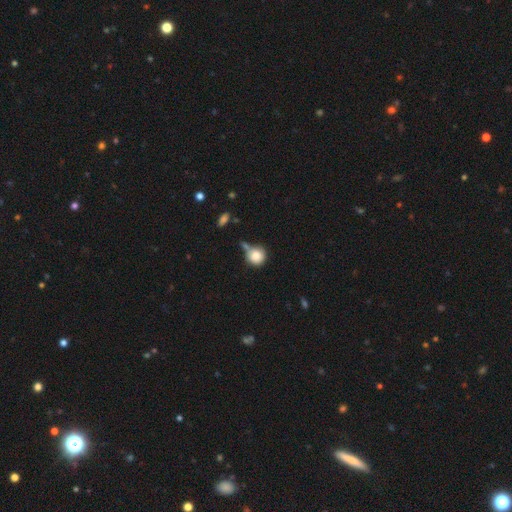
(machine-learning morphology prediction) Smooth or featured? smooth (84%)
How rounded? round (92%)
Merging? none (56%)